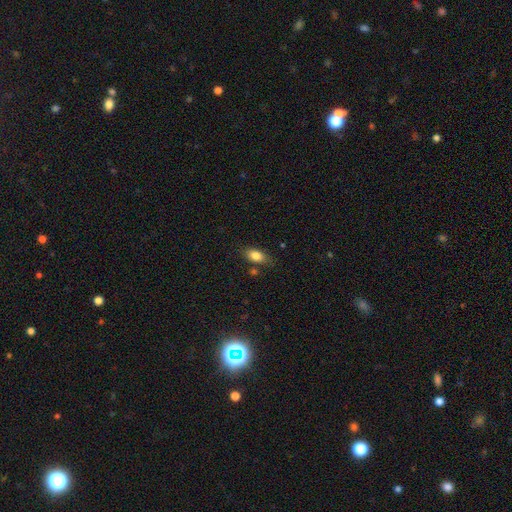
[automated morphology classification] This appears to be a smooth galaxy with no disk features (82%) that is in between round and cigar-shaped (86%). Merging: none (75%).